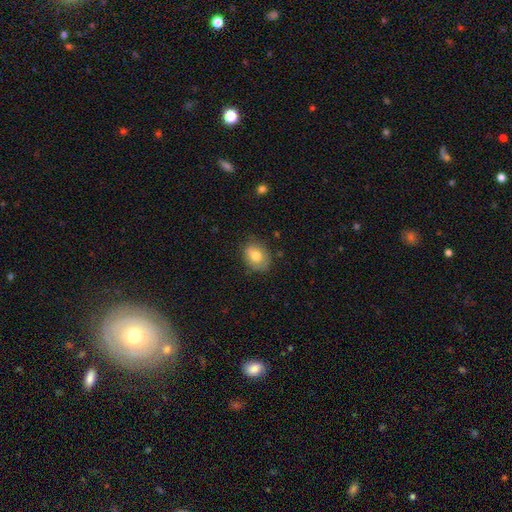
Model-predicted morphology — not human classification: Smooth or featured?
  - smooth: 73% *
  - featured or disk: 18%
  - star or artifact: 9%
How rounded?
  - in between: 62% *
  - round: 37%
  - cigar-shaped: 1%
Merging?
  - none: 74% *
  - minor disturbance: 20%
  - major disturbance: 4%
  - merger: 2%